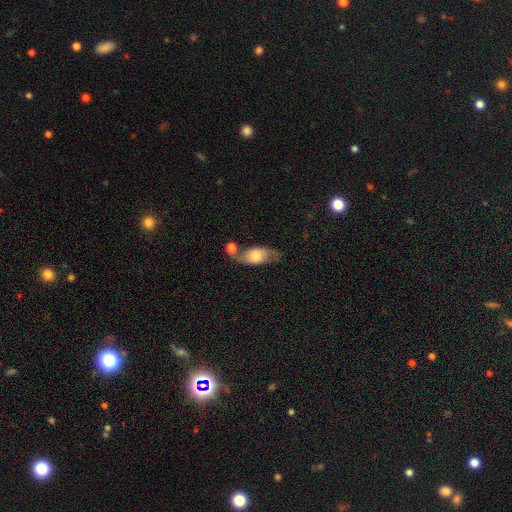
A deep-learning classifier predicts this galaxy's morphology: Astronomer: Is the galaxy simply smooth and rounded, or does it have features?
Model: smooth — 56% (runner-up: featured or disk, 37%).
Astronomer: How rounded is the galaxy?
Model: in between — 84%.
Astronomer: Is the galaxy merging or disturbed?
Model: none — 47% (runner-up: merger, 23%).